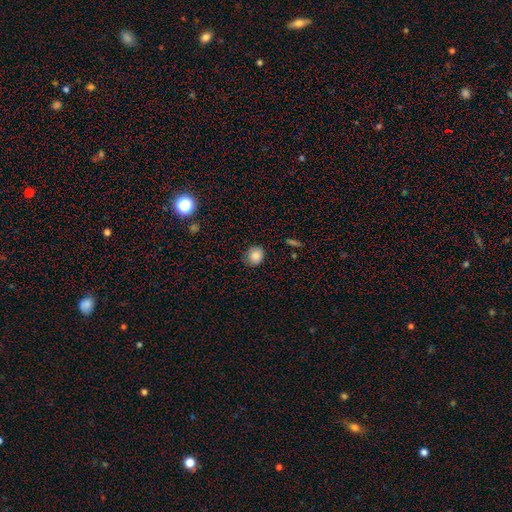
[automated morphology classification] Smooth or featured? smooth (84%)
How rounded? round (78%)
Merging? none (81%)